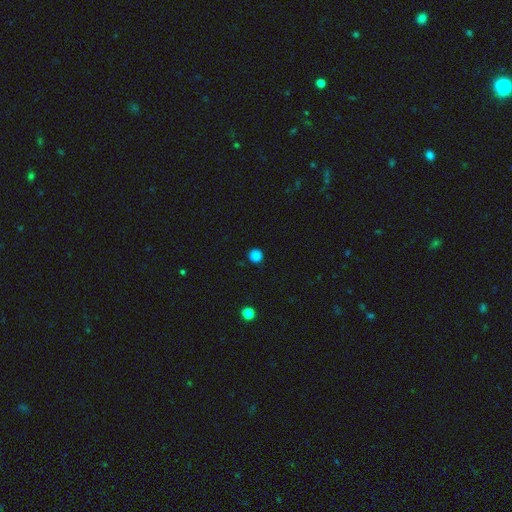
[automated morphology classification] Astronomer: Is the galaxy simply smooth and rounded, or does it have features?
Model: smooth — 85%.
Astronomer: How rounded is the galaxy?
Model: round — 95%.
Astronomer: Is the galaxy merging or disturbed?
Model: none — 92%.